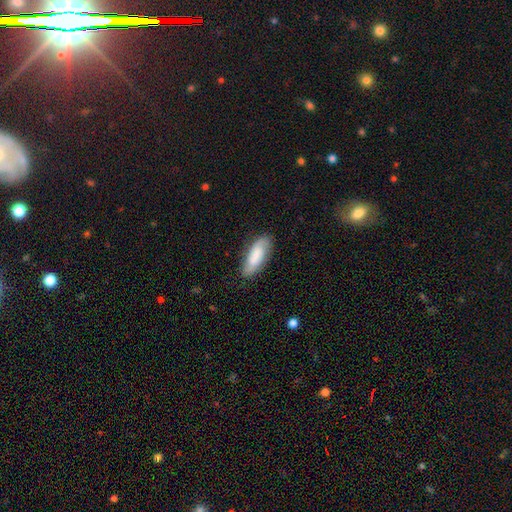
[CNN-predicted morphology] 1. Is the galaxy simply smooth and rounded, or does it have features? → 61% smooth, 32% featured or disk, 7% star or artifact.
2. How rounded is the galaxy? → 74% in between, 24% cigar-shaped, 2% round.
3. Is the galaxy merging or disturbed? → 76% none, 18% minor disturbance, 5% major disturbance, 1% merger.